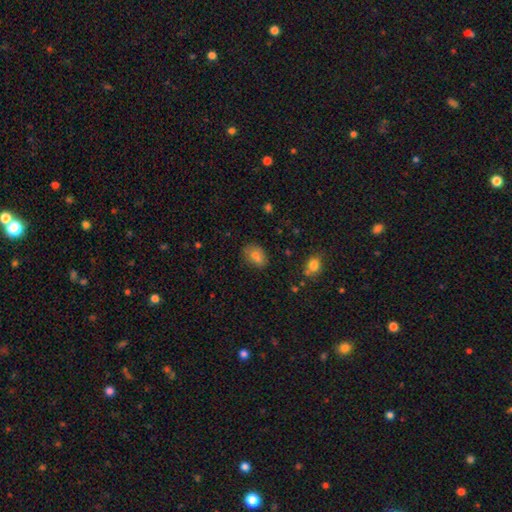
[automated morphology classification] This is likely a smooth galaxy (76%). How rounded: clearly in between (81%). Merging: likely none (71%).